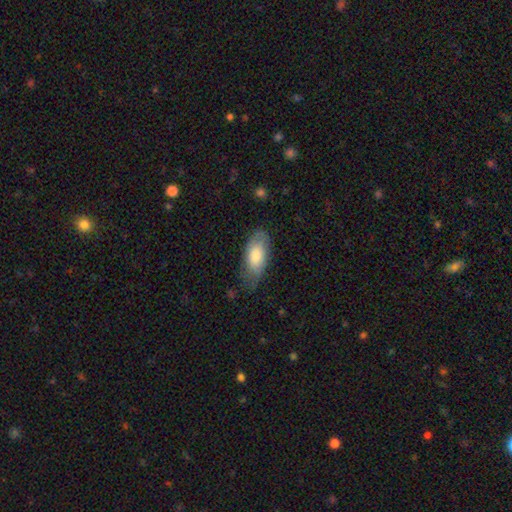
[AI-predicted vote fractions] smooth 75%, featured or disk 19%, star or artifact 6%. Down the decision tree: how rounded — in between (89%); merging — none (63%).